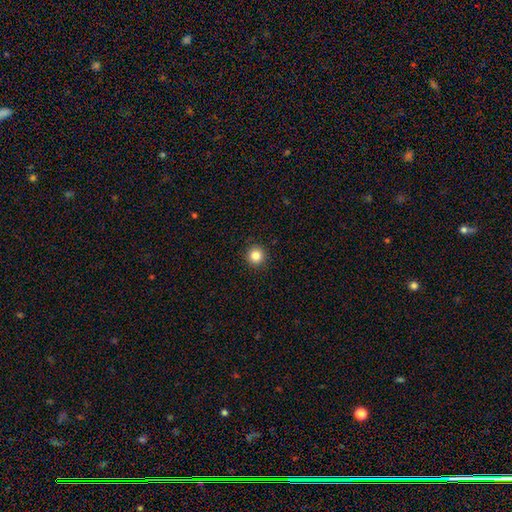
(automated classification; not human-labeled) smooth 84%, star or artifact 11%, featured or disk 5%. Down the decision tree: how rounded — round (95%); merging — none (93%).